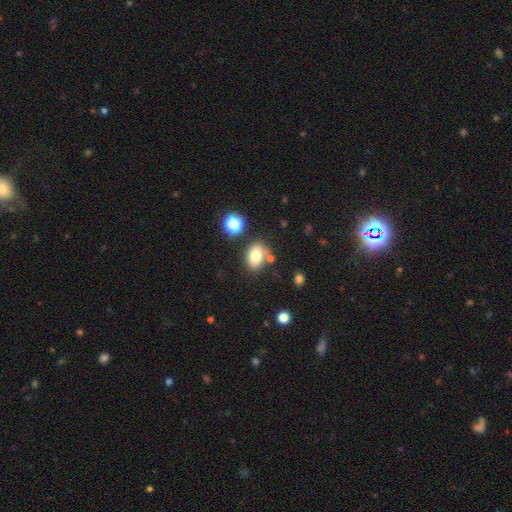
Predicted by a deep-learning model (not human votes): Overall: smooth (76%). How rounded: in between (75%). Merging: none (73%).